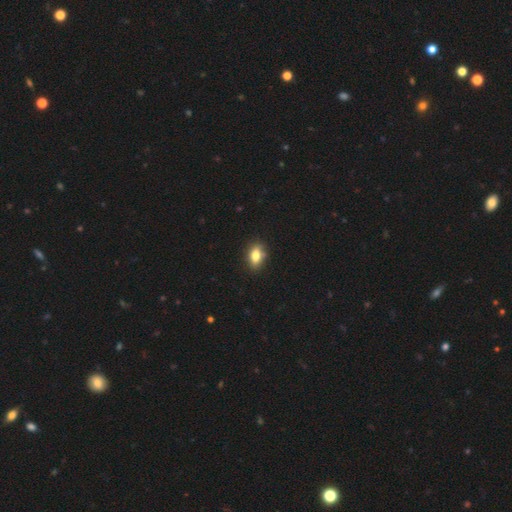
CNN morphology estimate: This appears to be a smooth galaxy with no disk features (79%) that is in between round and cigar-shaped (83%). Merging: none (80%).